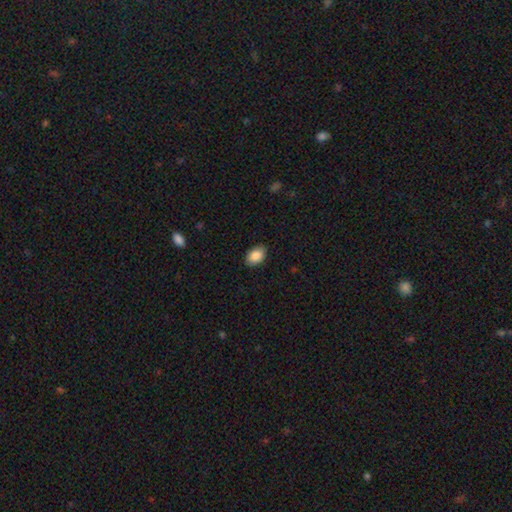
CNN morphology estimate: The model was most divided on "how rounded": in between: 86%, round: 13%, cigar-shaped: 1%. More confident: merging — none (88%); smooth or featured — smooth (87%).